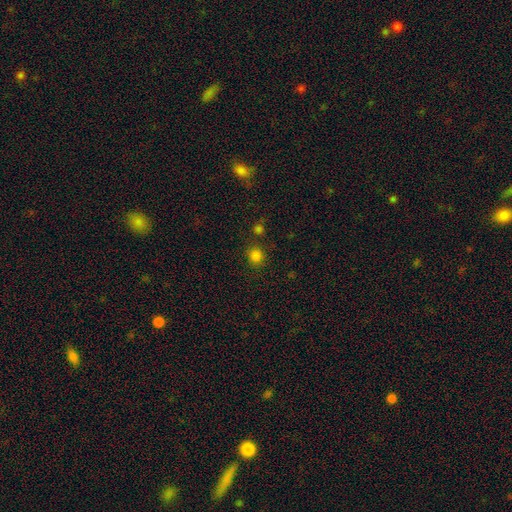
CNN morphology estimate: Q: Smooth or featured?
A: smooth (81%); runner-up: star or artifact (15%)
Q: How rounded?
A: round (89%); runner-up: in between (10%)
Q: Merging?
A: none (83%); runner-up: minor disturbance (8%)